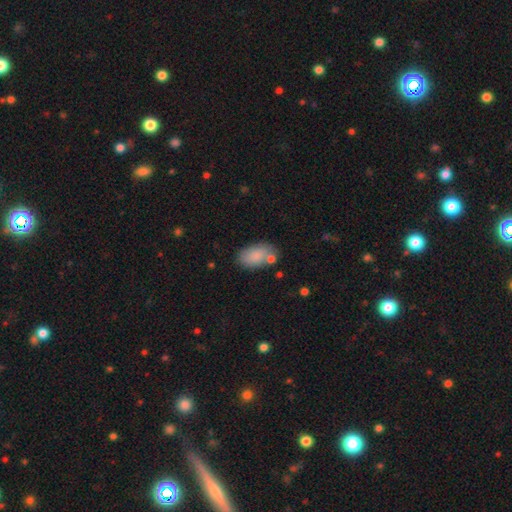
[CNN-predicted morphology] The model was most divided on "merging": none: 66%, minor disturbance: 17%, merger: 12%, major disturbance: 5%. More confident: how rounded — in between (92%); smooth or featured — smooth (85%).